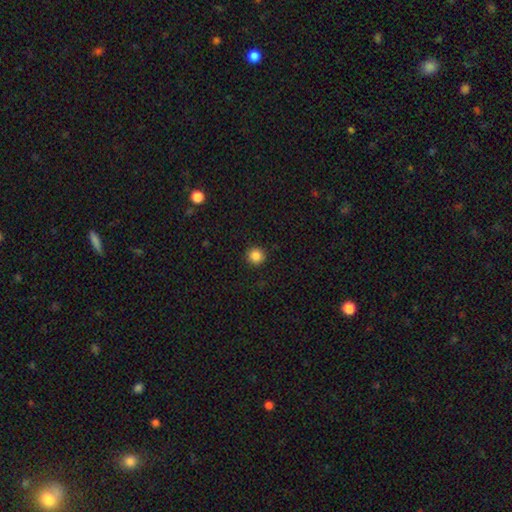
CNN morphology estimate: smooth 86%, star or artifact 11%, featured or disk 4%. Down the decision tree: how rounded — round (95%); merging — none (92%).